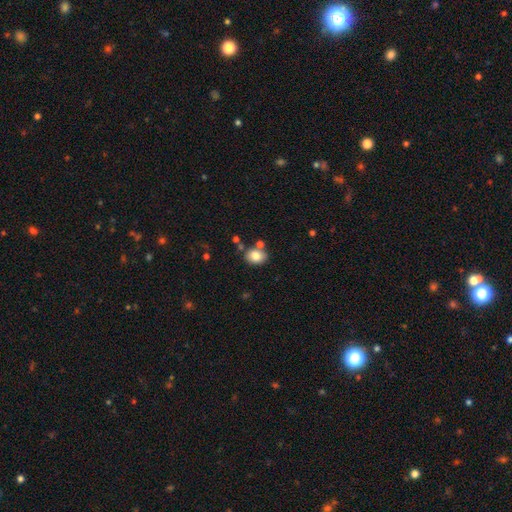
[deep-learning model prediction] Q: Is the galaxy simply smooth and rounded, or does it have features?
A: smooth — 81%.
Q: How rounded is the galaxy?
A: in between — 56%.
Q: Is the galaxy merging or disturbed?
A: none — 70%.